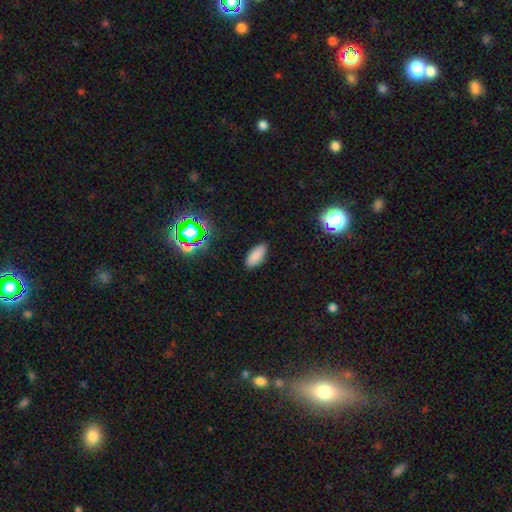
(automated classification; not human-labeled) Smooth or featured? smooth (82%)
How rounded? in between (87%)
Merging? none (86%)